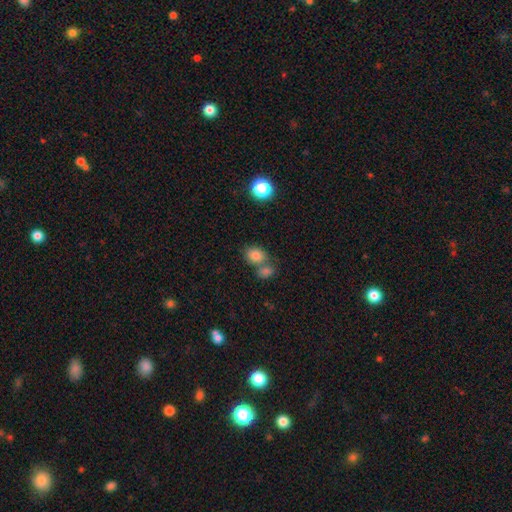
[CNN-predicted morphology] Smooth or featured? smooth (81%)
How rounded? in between (59%)
Merging? none (46%)